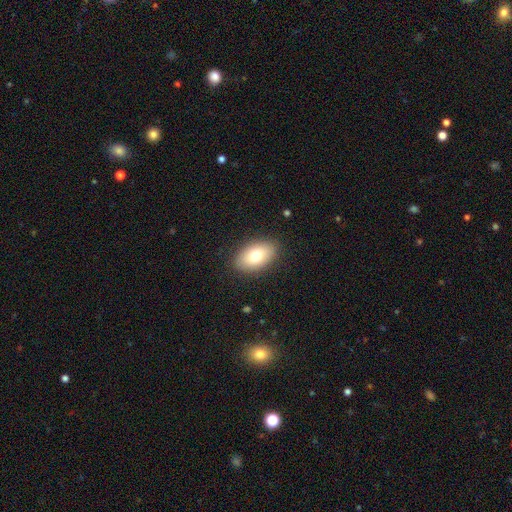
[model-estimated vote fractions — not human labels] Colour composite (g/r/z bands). It shows a smooth galaxy with no disk features (77%) that is in between round and cigar-shaped (92%). Merging: none (87%).